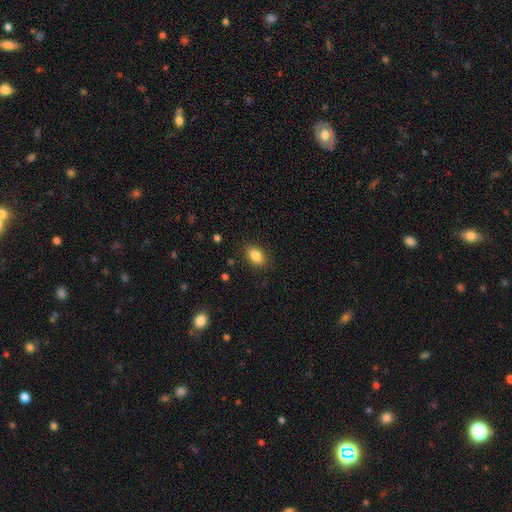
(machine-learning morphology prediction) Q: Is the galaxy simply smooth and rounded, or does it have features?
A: smooth — 86%.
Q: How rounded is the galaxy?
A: in between — 83%.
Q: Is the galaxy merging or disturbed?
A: none — 87%.